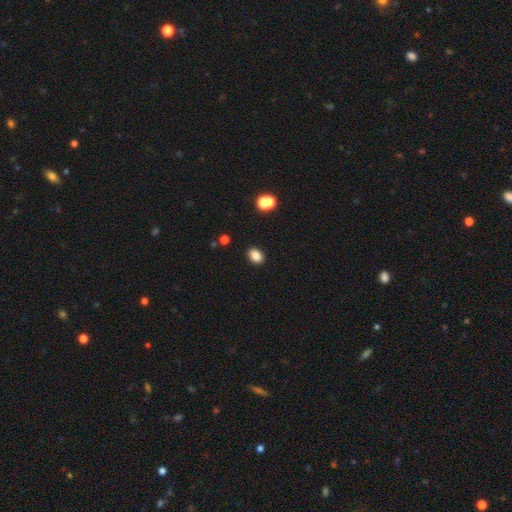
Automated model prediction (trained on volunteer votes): Overall: smooth (86%). How rounded: in between (75%). Merging: none (89%).